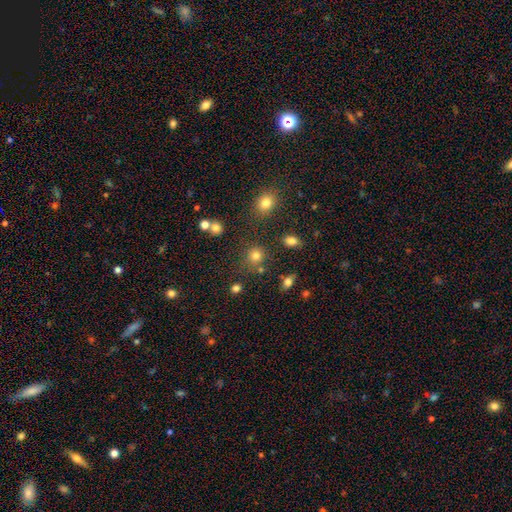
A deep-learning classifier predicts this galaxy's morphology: type=smooth (77%); roundness=round (86%); merging=none (73%).